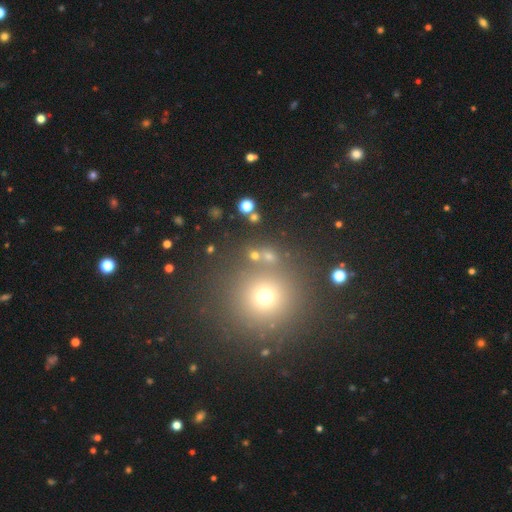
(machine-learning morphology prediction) A smooth galaxy with no disk features (60%) that is round (94%). Merging: none (82%).